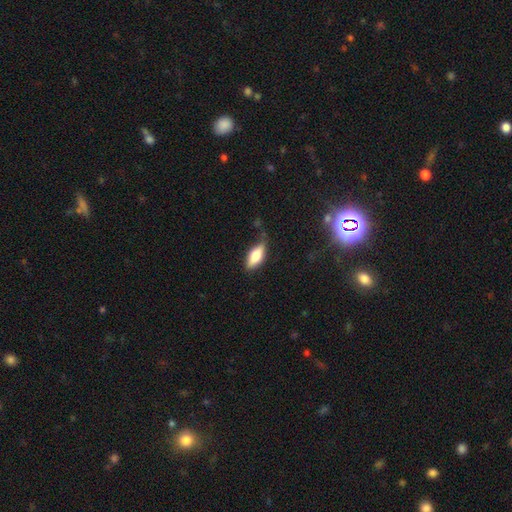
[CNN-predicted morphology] type=smooth (69%); roundness=in between (77%); merging=none (63%).